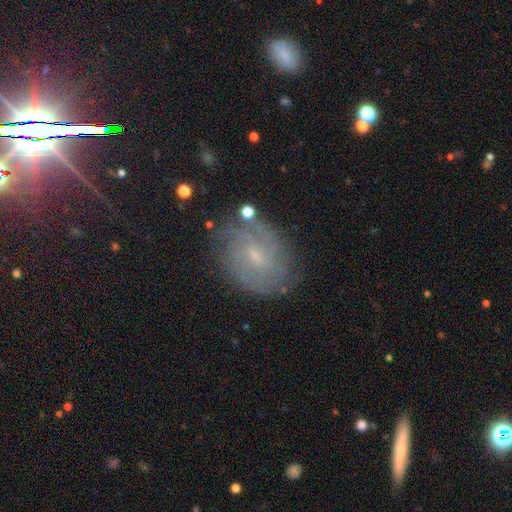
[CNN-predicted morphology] A featured or disk galaxy (70%) with a weak bar (55%), tight (55%) spiral arms (89%) and a small central bulge (59%). Merging: none (77%).